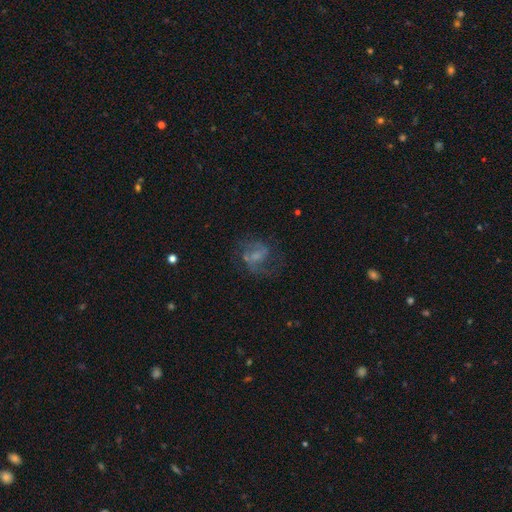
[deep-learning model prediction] Q: Smooth or featured?
A: featured or disk (65%); runner-up: smooth (23%)
Q: Edge-on disk?
A: no (98%); runner-up: yes (2%)
Q: Bar?
A: no (48%); runner-up: weak (42%)
Q: Spiral arms?
A: yes (81%); runner-up: no (19%)
Q: Spiral winding?
A: medium (48%); runner-up: loose (36%)
Q: Spiral arm count?
A: 2 (71%); runner-up: can't tell (14%)
Q: Bulge size?
A: none (37%); runner-up: small (34%)
Q: Merging?
A: none (55%); runner-up: major disturbance (24%)